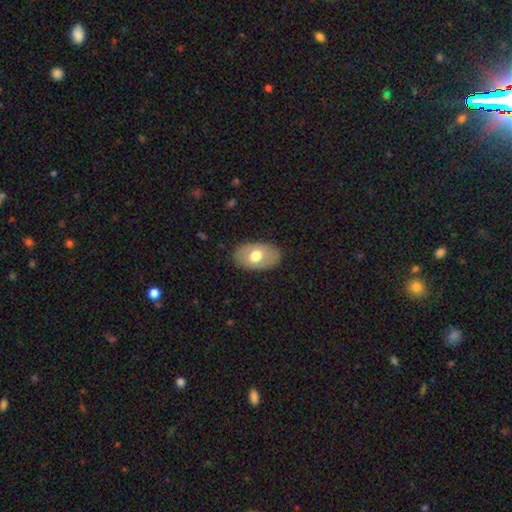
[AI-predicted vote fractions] This appears to be a smooth galaxy with no disk features (64%) that is in between round and cigar-shaped (89%). Merging: none (85%).